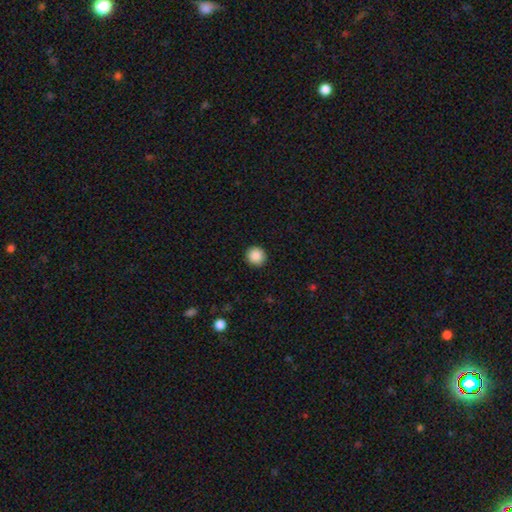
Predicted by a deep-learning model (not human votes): Overall: smooth (88%). How rounded: round (93%). Merging: none (92%).